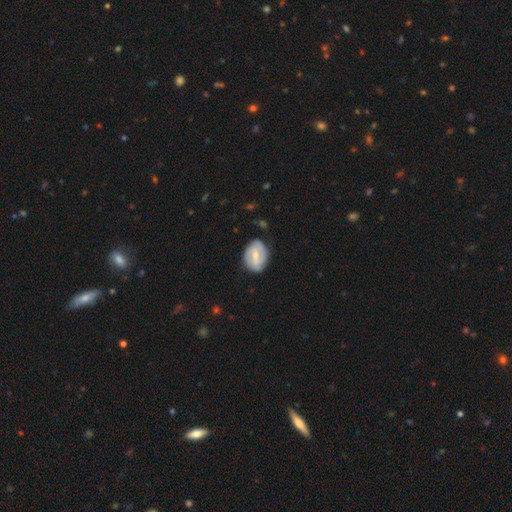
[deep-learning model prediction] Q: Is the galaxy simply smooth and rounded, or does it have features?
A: featured or disk — 59%.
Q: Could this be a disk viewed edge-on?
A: no — 96%.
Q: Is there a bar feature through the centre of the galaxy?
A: weak — 52%.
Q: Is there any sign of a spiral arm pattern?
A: yes — 74%.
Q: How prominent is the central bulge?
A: small — 48%.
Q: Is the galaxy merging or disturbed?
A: none — 73%.